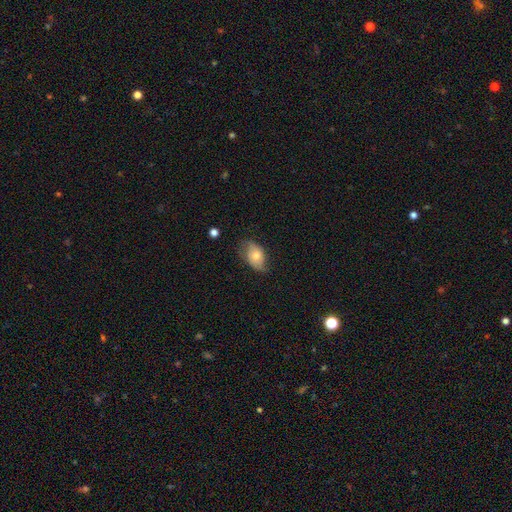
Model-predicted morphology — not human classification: smooth 60%, featured or disk 32%, star or artifact 8%. Down the decision tree: how rounded — in between (84%); merging — none (57%).